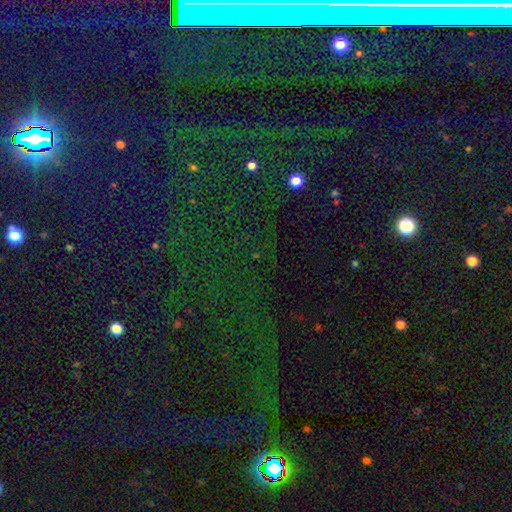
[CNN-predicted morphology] smooth_or_featured: star or artifact (p=0.79) [alt: smooth p=0.12]